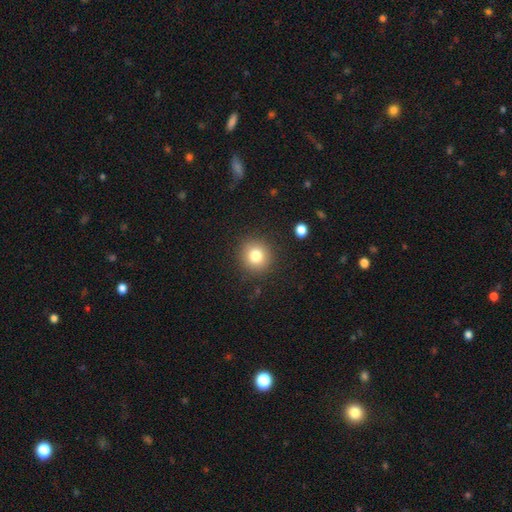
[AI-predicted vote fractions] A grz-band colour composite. It shows a smooth galaxy with no disk features (80%) that is round (92%). Merging: none (89%).